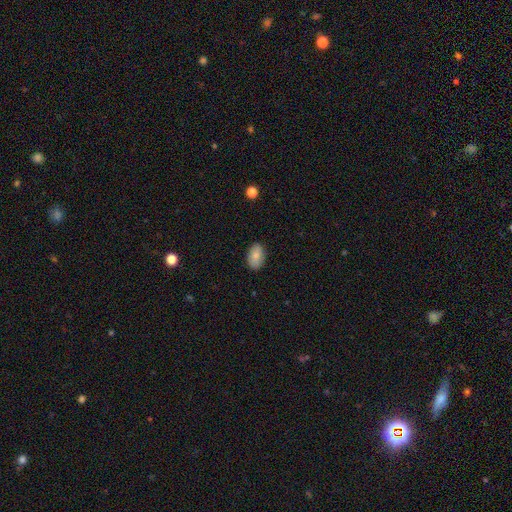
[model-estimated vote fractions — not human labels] smooth 80%, featured or disk 13%, star or artifact 7%. Down the decision tree: how rounded — in between (90%); merging — none (86%).